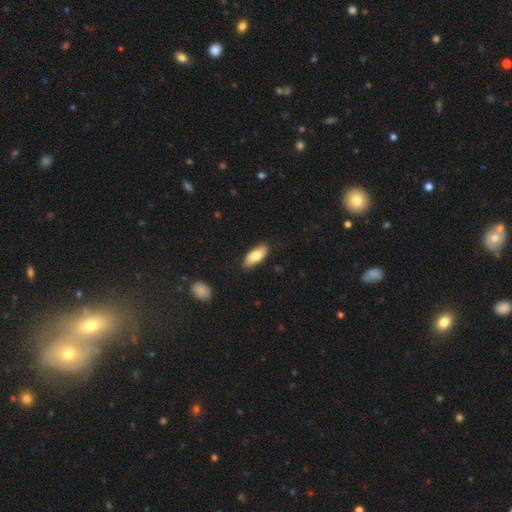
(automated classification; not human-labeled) smooth 78%, featured or disk 17%, star or artifact 6%. Down the decision tree: how rounded — in between (87%); merging — none (85%).